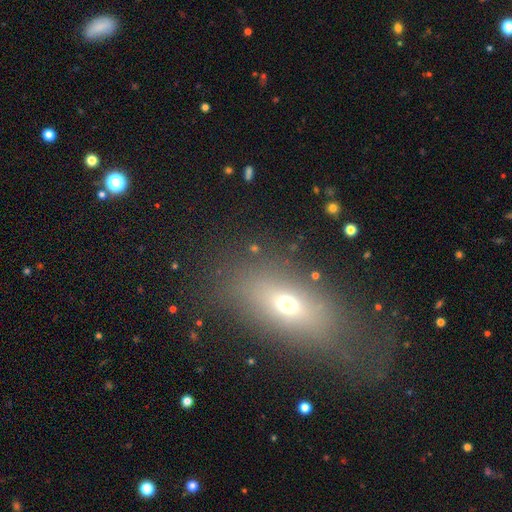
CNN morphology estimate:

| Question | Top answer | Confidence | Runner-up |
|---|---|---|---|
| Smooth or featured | smooth | 58% | featured or disk (21%) |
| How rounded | in between | 71% | cigar-shaped (15%) |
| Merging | none | 66% | minor disturbance (17%) |